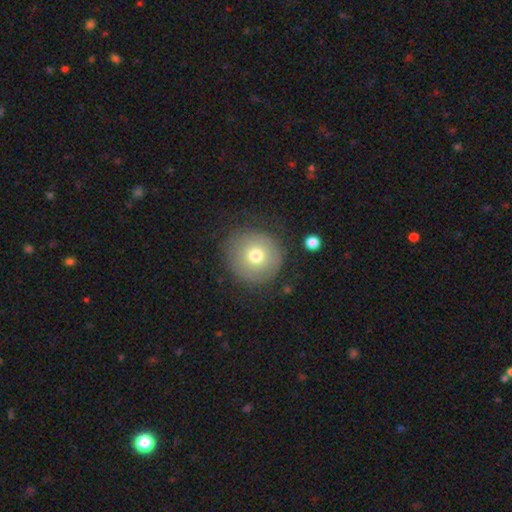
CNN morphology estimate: Smooth or featured? smooth (69%)
How rounded? round (94%)
Merging? none (78%)